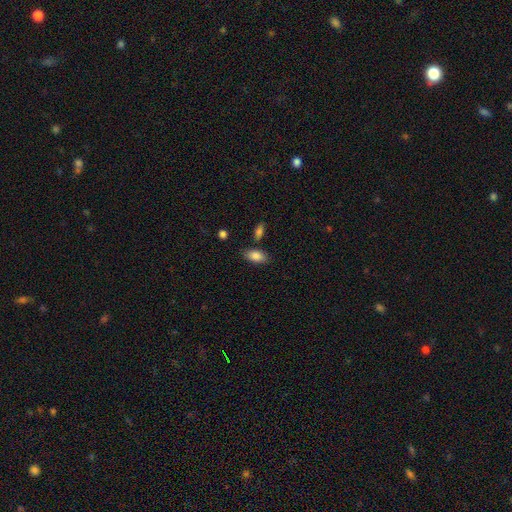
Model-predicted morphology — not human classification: type=smooth (87%); roundness=in between (92%); merging=none (79%).